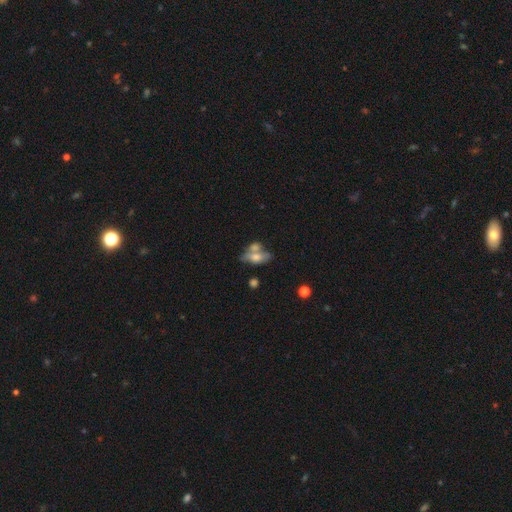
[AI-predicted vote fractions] This appears to be a smooth galaxy with no disk features (60%) that is in between round and cigar-shaped (80%). Merging: merger (46%).